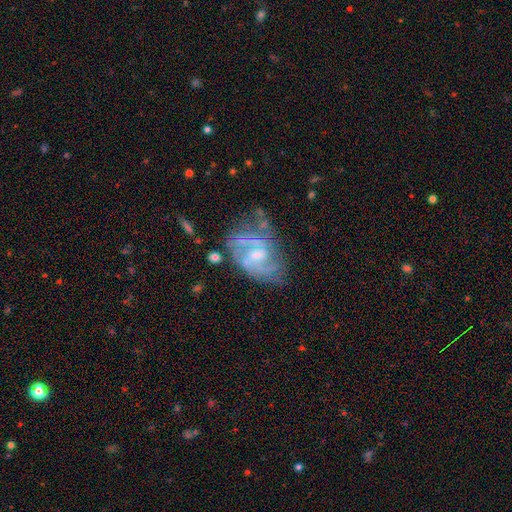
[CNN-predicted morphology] Smooth or featured: featured or disk — 83% (smooth — 9%)
Edge-on disk: no — 97% (yes — 3%)
Bar: weak — 53% (no — 34%)
Spiral arms: yes — 92% (no — 8%)
Spiral winding: medium — 47% (tight — 36%)
Spiral arm count: 2 — 49% (can't tell — 23%)
Bulge size: small — 48% (moderate — 39%)
Merging: none — 55% (minor disturbance — 23%)